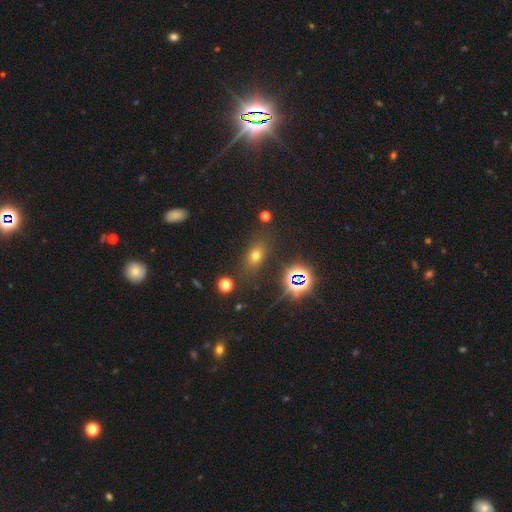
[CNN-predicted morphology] Smooth or featured: smooth — 58% (star or artifact — 30%)
How rounded: in between — 68% (round — 25%)
Merging: none — 80% (minor disturbance — 12%)